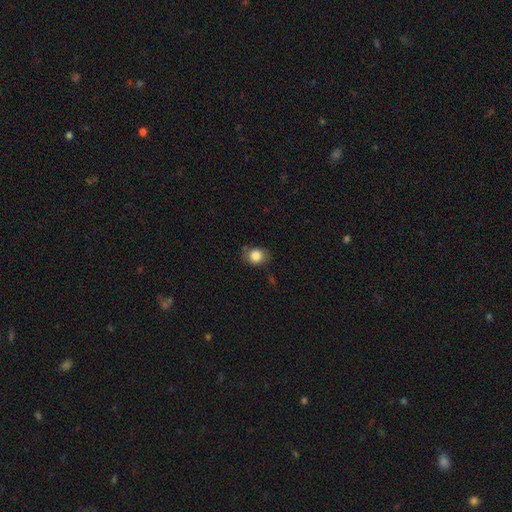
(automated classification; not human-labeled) A smooth galaxy with no disk features (84%) that is round (64%). Merging: none (74%).